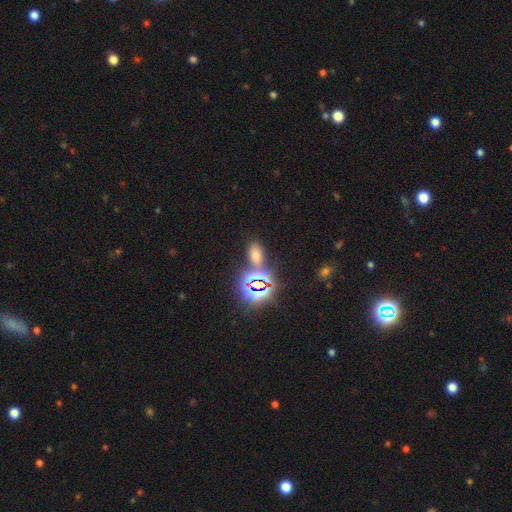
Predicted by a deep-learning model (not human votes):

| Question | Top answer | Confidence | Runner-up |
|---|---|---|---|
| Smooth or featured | smooth | 54% | star or artifact (39%) |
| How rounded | in between | 86% | round (10%) |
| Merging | none | 71% | merger (13%) |